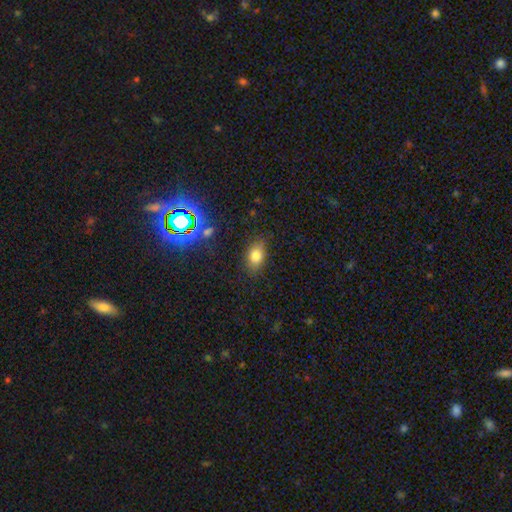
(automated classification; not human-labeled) The model was most divided on "smooth or featured": smooth: 76%, star or artifact: 14%, featured or disk: 10%. More confident: how rounded — in between (81%); merging — none (81%).